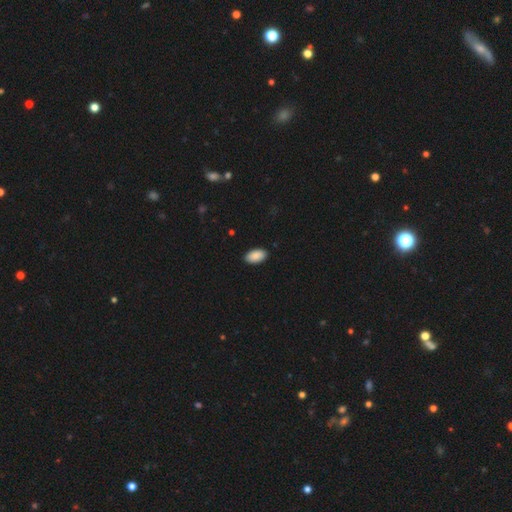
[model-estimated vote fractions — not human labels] The model was most divided on "merging": none: 90%, minor disturbance: 7%, major disturbance: 2%, merger: 1%. More confident: how rounded — in between (96%); smooth or featured — smooth (91%).